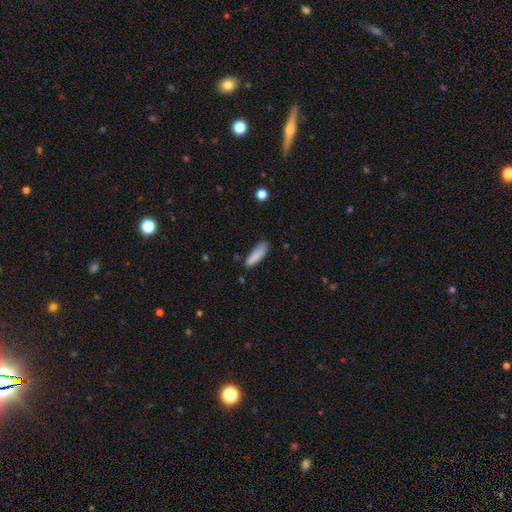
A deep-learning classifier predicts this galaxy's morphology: Overall: smooth (87%). How rounded: cigar-shaped (61%; in between 38%). Merging: none (77%).